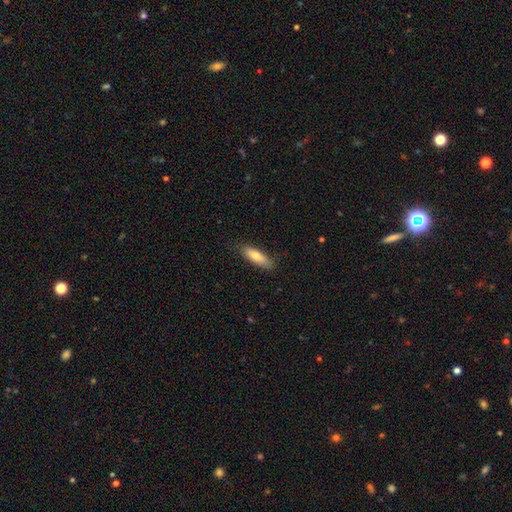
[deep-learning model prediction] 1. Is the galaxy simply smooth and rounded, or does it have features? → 77% smooth, 17% featured or disk, 6% star or artifact.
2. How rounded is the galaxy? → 50% in between, 48% cigar-shaped, 2% round.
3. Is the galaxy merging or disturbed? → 81% none, 15% minor disturbance, 3% major disturbance, 1% merger.